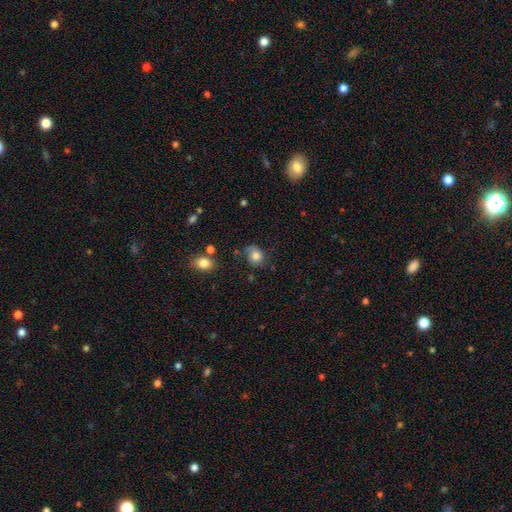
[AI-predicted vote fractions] Overall: smooth (76%). How rounded: round (63%; in between 36%). Merging: none (57%; minor disturbance 29%).